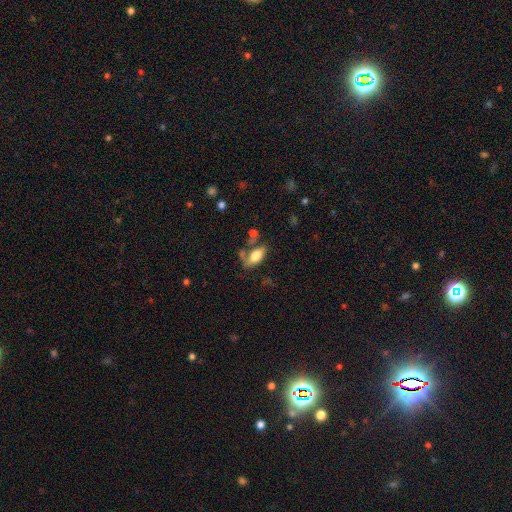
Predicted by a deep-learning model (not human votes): Smooth or featured? Predicted: smooth (p=0.69). How rounded? Predicted: in between (p=0.85). Merging? Predicted: none (p=0.50).